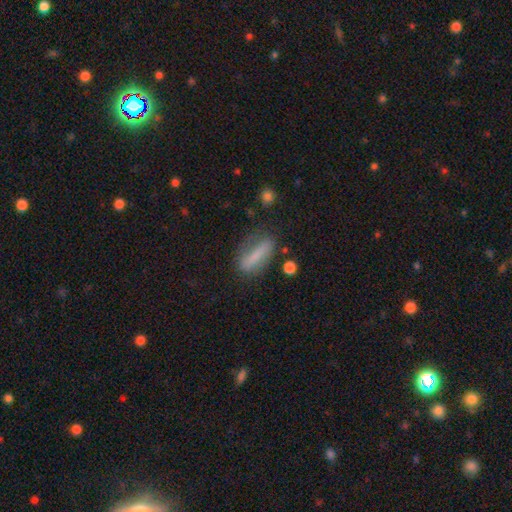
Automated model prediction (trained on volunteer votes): A smooth galaxy with no disk features (68%) that is cigar-shaped (58%). Merging: none (65%).